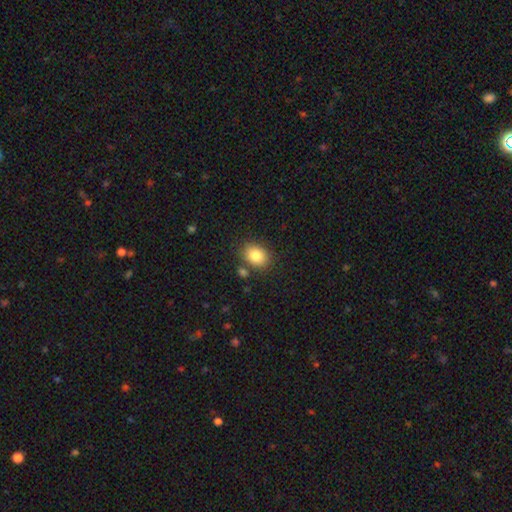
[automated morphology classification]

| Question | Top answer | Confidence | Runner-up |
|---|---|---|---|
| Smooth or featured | smooth | 83% | star or artifact (9%) |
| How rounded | in between | 55% | round (44%) |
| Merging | none | 78% | minor disturbance (12%) |